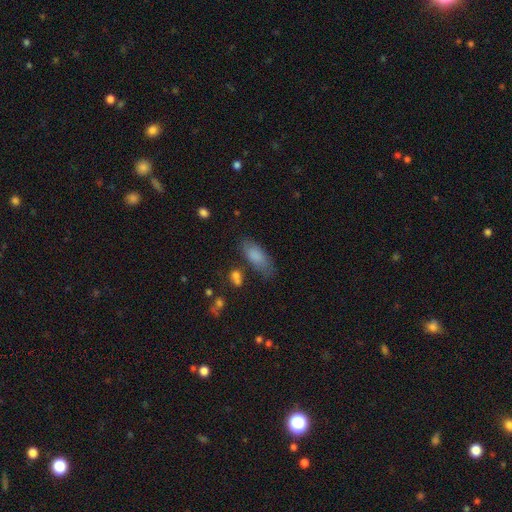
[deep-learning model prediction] Smooth or featured? Predicted: smooth (p=0.82). How rounded? Predicted: in between (p=0.79). Merging? Predicted: none (p=0.67).